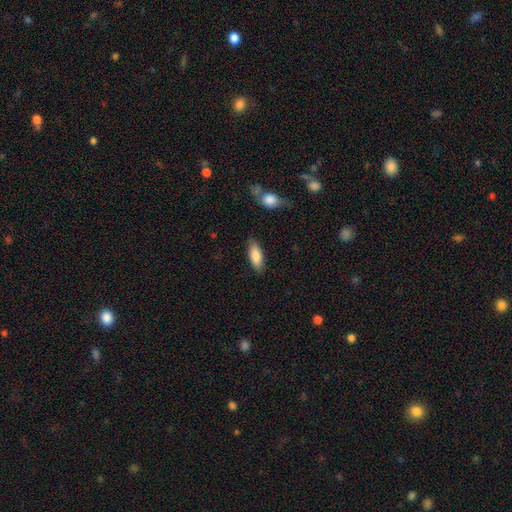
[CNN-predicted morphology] smooth 84%, featured or disk 10%, star or artifact 6%. Down the decision tree: how rounded — in between (71%); merging — none (83%).